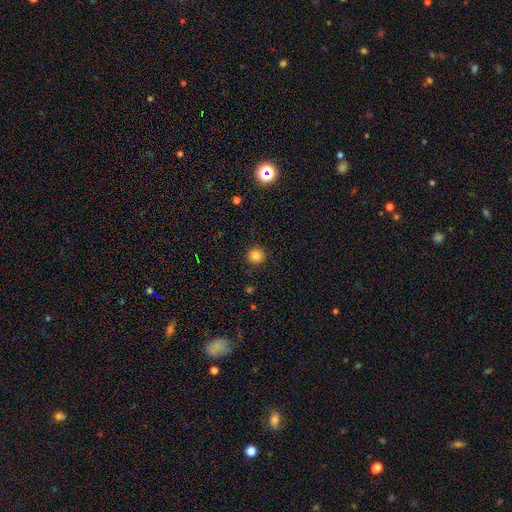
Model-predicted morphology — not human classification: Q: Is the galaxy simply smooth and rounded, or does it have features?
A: smooth — 84%.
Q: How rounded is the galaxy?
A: round — 93%.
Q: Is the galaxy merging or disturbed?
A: none — 90%.